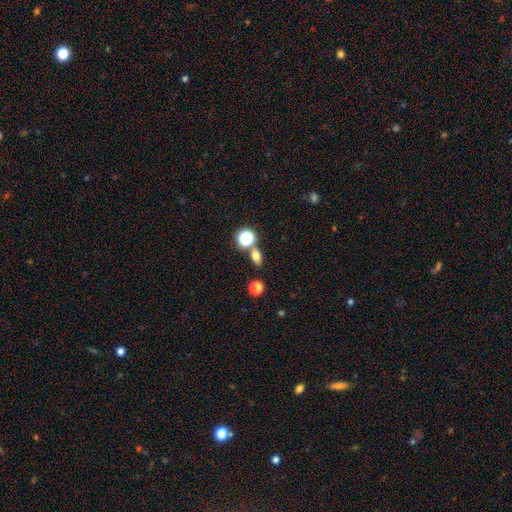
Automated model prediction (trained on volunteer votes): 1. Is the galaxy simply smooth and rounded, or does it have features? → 70% smooth, 19% star or artifact, 11% featured or disk.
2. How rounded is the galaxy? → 63% in between, 33% round, 4% cigar-shaped.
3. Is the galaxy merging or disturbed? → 72% none, 15% merger, 9% minor disturbance, 3% major disturbance.